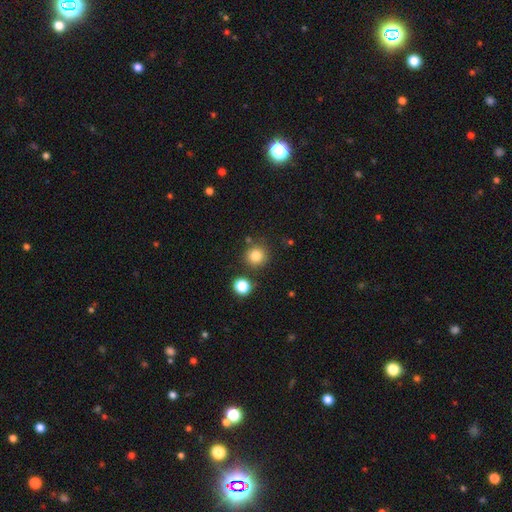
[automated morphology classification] type=smooth (82%); roundness=round (94%); merging=none (83%).